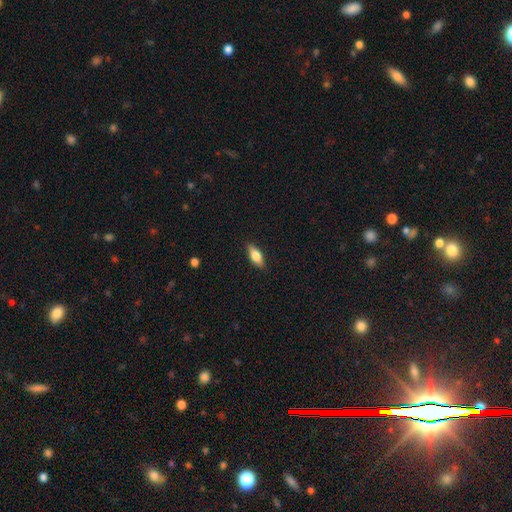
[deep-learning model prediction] This appears to be a smooth galaxy with no disk features (70%) that is in between round and cigar-shaped (74%). Merging: none (87%).